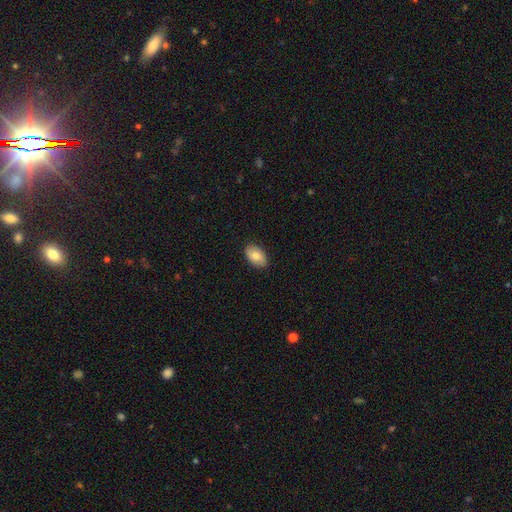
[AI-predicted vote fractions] Q: Smooth or featured?
A: smooth (77%); runner-up: featured or disk (16%)
Q: How rounded?
A: in between (92%); runner-up: round (7%)
Q: Merging?
A: none (87%); runner-up: minor disturbance (10%)